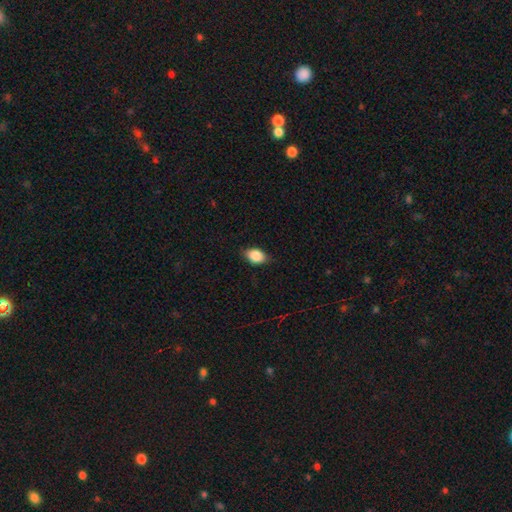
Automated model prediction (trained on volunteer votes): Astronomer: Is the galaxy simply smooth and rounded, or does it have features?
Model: smooth — 85%.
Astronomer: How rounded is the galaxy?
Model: in between — 82%.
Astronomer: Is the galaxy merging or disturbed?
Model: none — 79%.